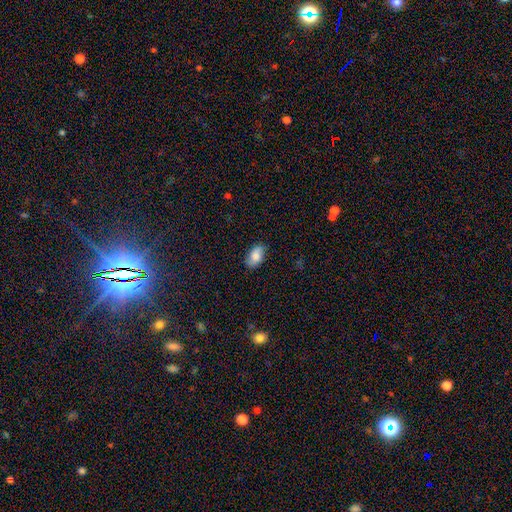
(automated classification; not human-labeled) A smooth galaxy with no disk features (76%) that is in between round and cigar-shaped (92%). Merging: none (81%).